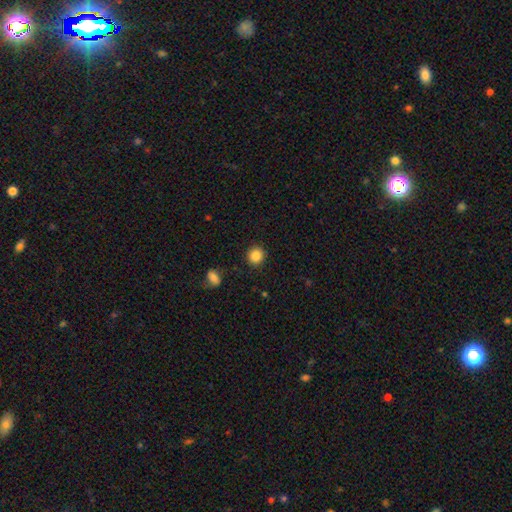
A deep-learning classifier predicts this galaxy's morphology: type=smooth (86%); roundness=round (91%); merging=none (90%).